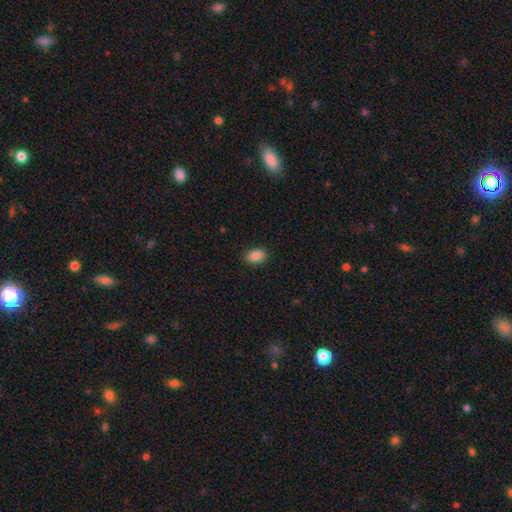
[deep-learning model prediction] smooth_or_featured: smooth (p=0.88) [alt: star or artifact p=0.08]
how_rounded: in between (p=0.87) [alt: round p=0.12]
merging: none (p=0.88) [alt: minor disturbance p=0.09]